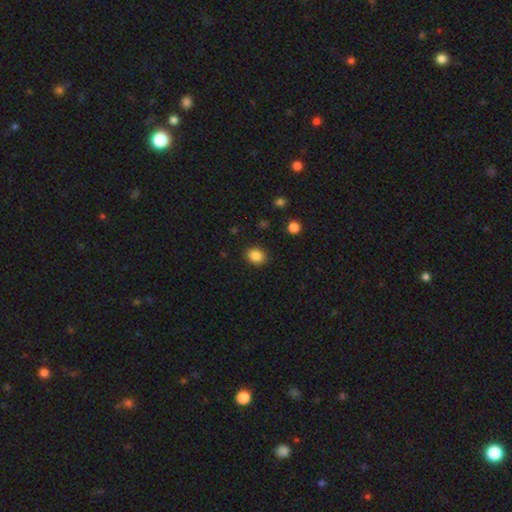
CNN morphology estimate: Smooth or featured? Predicted: smooth (p=0.86). How rounded? Predicted: in between (p=0.54). Merging? Predicted: none (p=0.88).